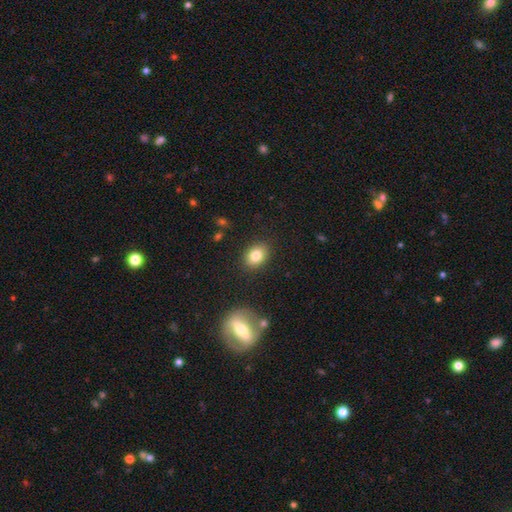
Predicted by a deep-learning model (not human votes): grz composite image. It shows a smooth galaxy with no disk features (82%) that is in between round and cigar-shaped (63%). Merging: none (87%).